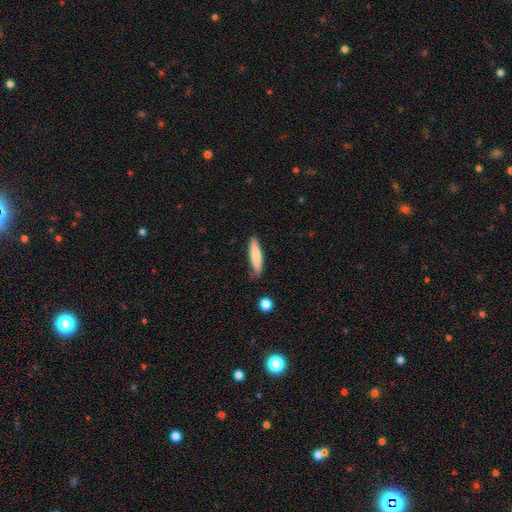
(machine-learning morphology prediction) Smooth or featured: smooth — 80% (featured or disk — 15%)
How rounded: cigar-shaped — 79% (in between — 19%)
Merging: none — 82% (minor disturbance — 13%)